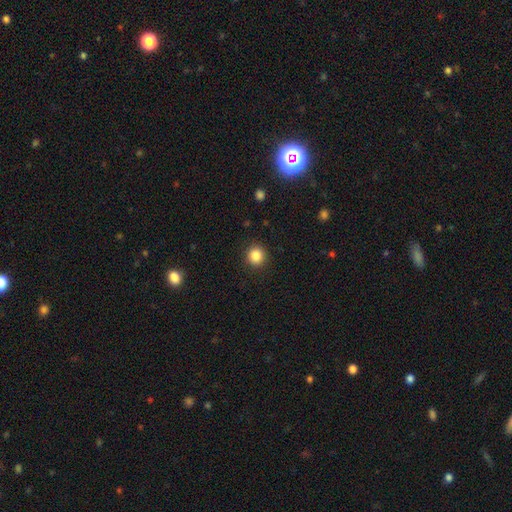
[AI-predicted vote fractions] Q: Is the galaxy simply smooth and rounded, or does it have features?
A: smooth — 86%.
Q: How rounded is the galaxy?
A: round — 91%.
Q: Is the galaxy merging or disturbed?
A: none — 91%.